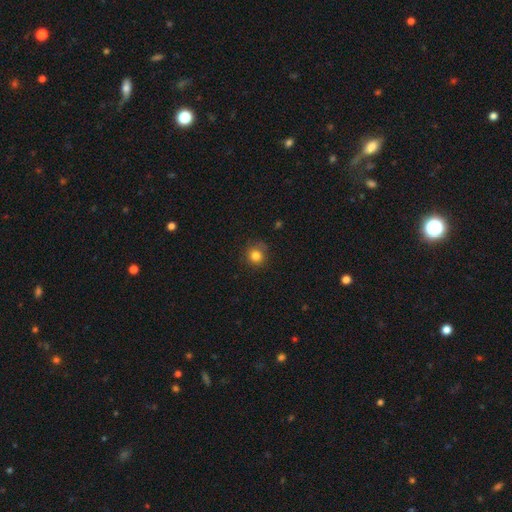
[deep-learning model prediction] Smooth or featured?
  - smooth: 82% *
  - star or artifact: 12%
  - featured or disk: 7%
How rounded?
  - round: 88% *
  - in between: 11%
  - cigar-shaped: 1%
Merging?
  - none: 75% *
  - minor disturbance: 18%
  - major disturbance: 5%
  - merger: 2%